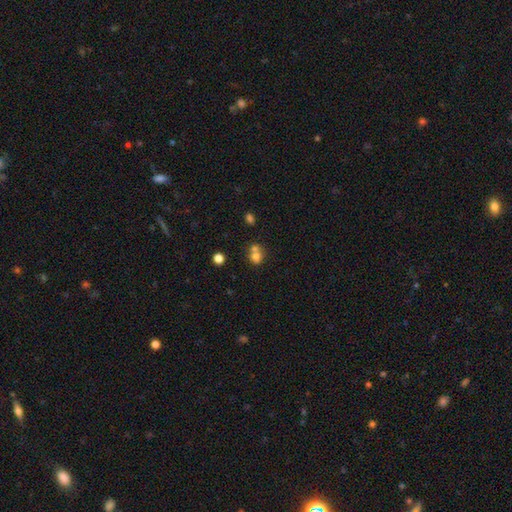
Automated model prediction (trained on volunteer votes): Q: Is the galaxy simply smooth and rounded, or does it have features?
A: smooth — 73%.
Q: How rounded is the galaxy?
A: round — 71%.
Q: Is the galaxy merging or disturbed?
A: merger — 52%.